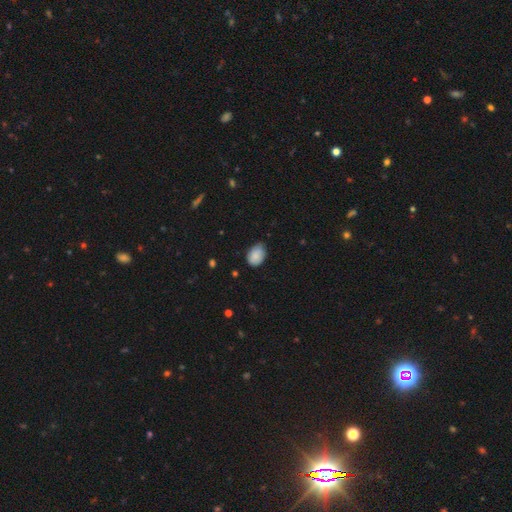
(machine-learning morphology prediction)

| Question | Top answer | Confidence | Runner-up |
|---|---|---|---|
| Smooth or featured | smooth | 86% | star or artifact (7%) |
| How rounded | in between | 77% | round (22%) |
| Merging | none | 61% | minor disturbance (33%) |